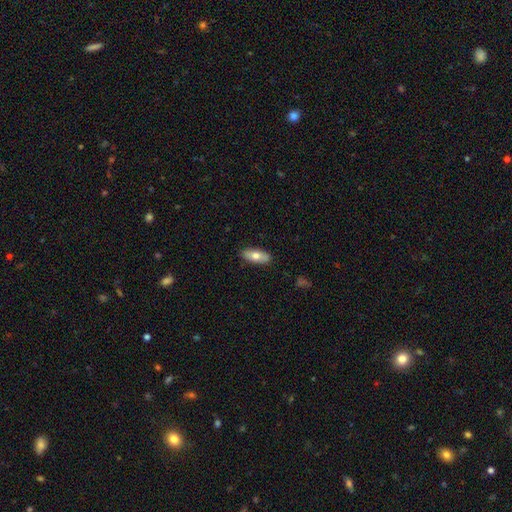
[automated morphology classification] Smooth or featured? smooth (69%)
How rounded? in between (77%)
Merging? none (88%)